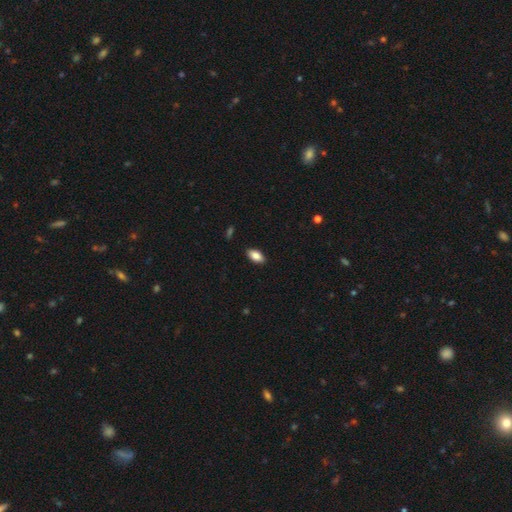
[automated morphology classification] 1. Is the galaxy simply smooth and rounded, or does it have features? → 86% smooth, 7% star or artifact, 7% featured or disk.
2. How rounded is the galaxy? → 92% in between, 4% cigar-shaped, 3% round.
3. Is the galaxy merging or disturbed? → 89% none, 8% minor disturbance, 2% major disturbance, 1% merger.